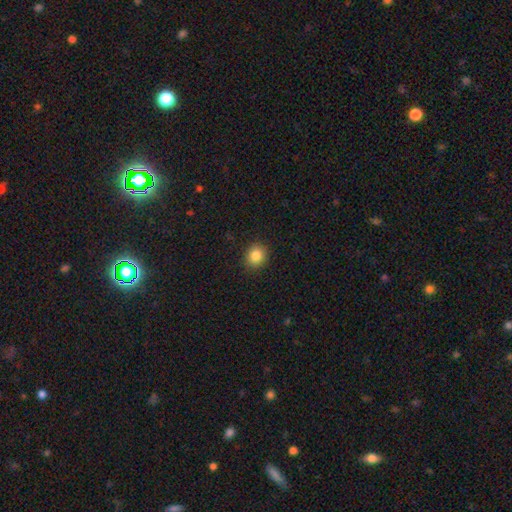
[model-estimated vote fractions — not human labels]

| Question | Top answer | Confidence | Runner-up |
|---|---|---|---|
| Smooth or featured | smooth | 84% | star or artifact (11%) |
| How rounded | round | 75% | in between (24%) |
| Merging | none | 90% | minor disturbance (7%) |